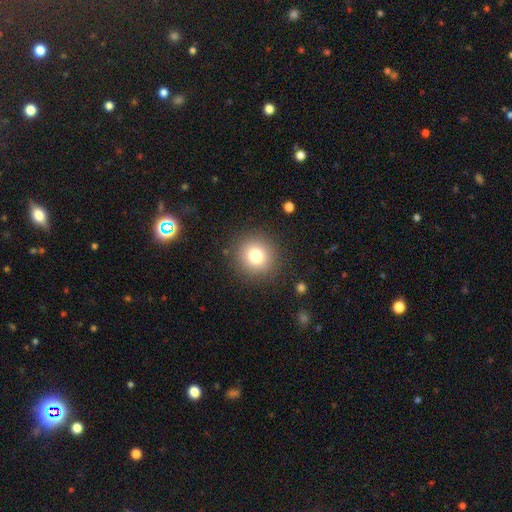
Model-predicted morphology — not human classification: Smooth or featured: smooth — 77% (star or artifact — 13%)
How rounded: round — 93% (in between — 6%)
Merging: none — 89% (minor disturbance — 7%)